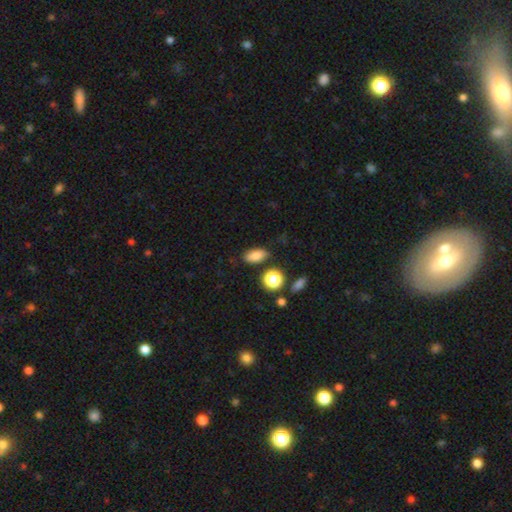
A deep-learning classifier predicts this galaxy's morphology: Smooth or featured? Predicted: smooth (p=0.82). How rounded? Predicted: in between (p=0.86). Merging? Predicted: none (p=0.81).